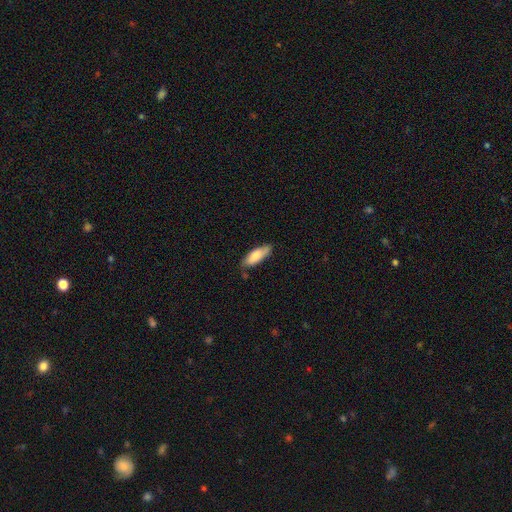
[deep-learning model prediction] A smooth galaxy with no disk features (80%) that is in between round and cigar-shaped (61%). Merging: none (76%).